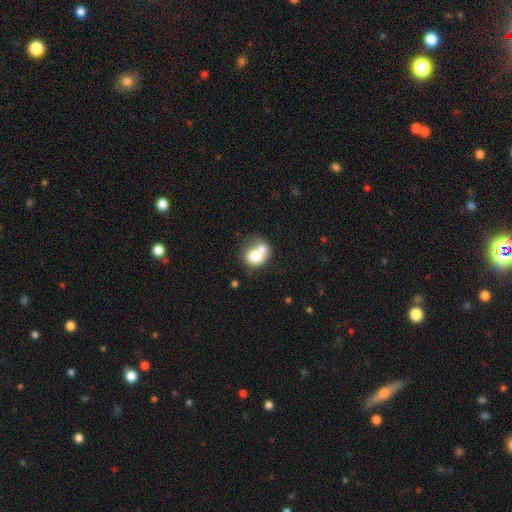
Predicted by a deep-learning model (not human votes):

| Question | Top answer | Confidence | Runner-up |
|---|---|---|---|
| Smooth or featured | smooth | 68% | featured or disk (23%) |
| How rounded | round | 58% | in between (41%) |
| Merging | merger | 62% | none (22%) |